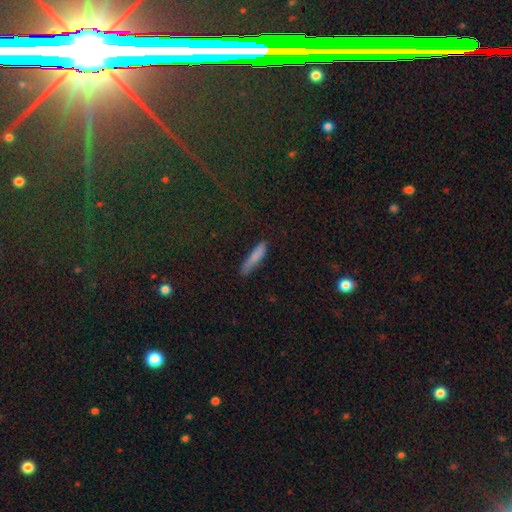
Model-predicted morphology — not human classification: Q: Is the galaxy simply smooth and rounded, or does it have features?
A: smooth — 79%.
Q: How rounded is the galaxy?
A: cigar-shaped — 86%.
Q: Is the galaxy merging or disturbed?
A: none — 71%.